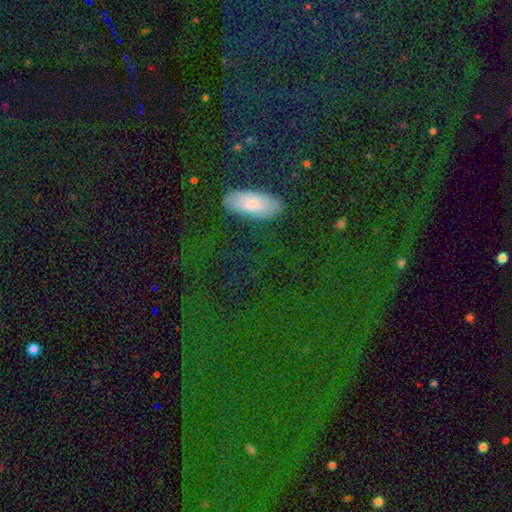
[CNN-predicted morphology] smooth_or_featured: smooth (p=0.47) [alt: star or artifact p=0.37]
merging: none (p=0.75) [alt: minor disturbance p=0.12]